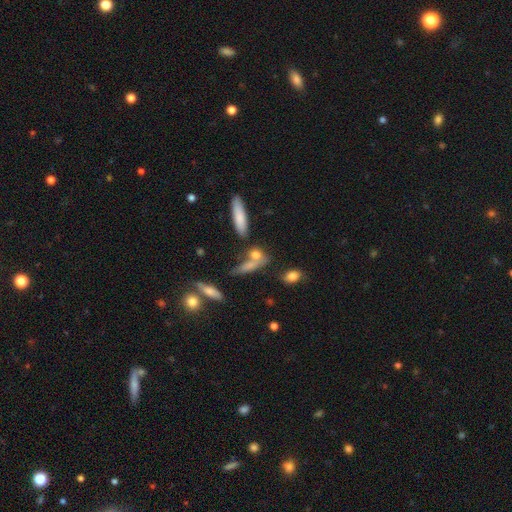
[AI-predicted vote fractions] Smooth or featured? smooth (71%)
How rounded? in between (47%)
Merging? none (46%)